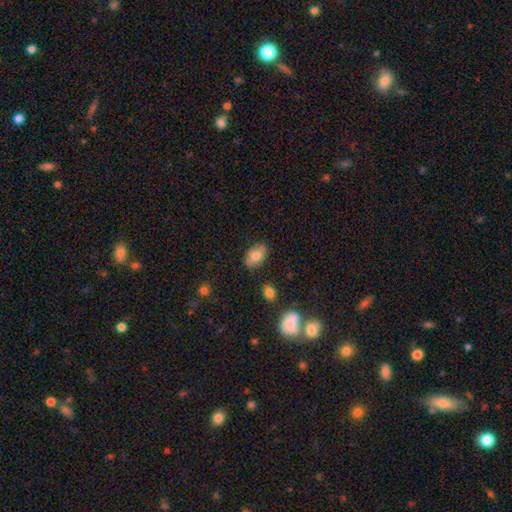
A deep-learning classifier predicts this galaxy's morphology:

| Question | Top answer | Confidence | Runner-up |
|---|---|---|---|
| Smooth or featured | smooth | 75% | featured or disk (16%) |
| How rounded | in between | 90% | round (8%) |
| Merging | none | 82% | minor disturbance (13%) |